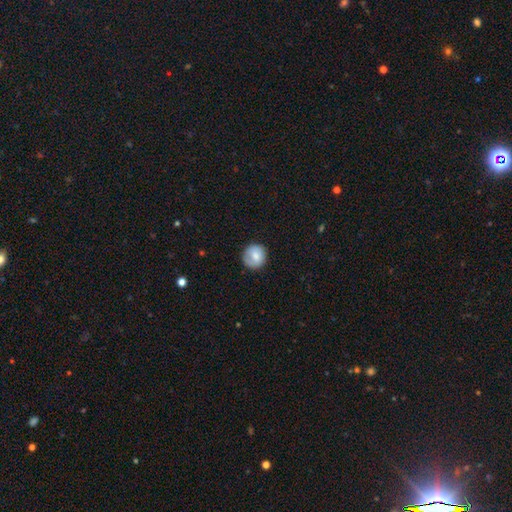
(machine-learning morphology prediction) A smooth galaxy with no disk features (78%) that is round (91%). Merging: none (83%).